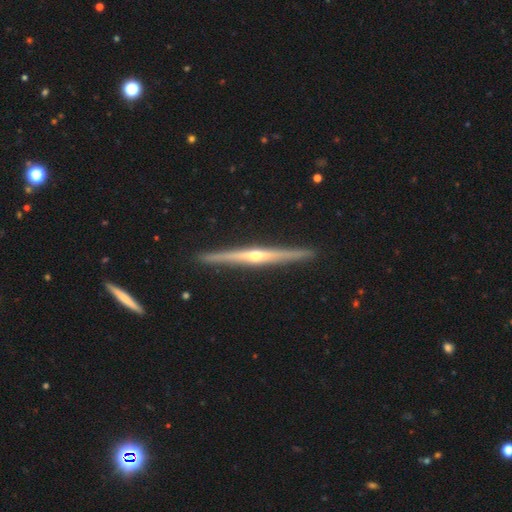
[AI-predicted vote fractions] Smooth or featured? featured or disk (82%)
Edge-on disk? yes (98%)
Edge-on bulge? rounded (86%)
Merging? none (92%)